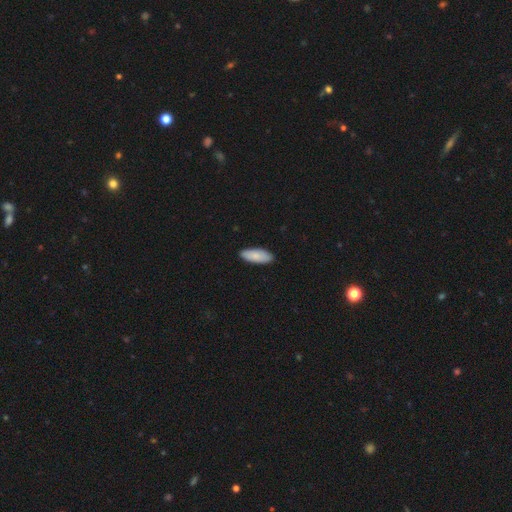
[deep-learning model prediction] This appears to be a smooth galaxy with no disk features (86%) that is in between round and cigar-shaped (79%). Merging: none (88%).